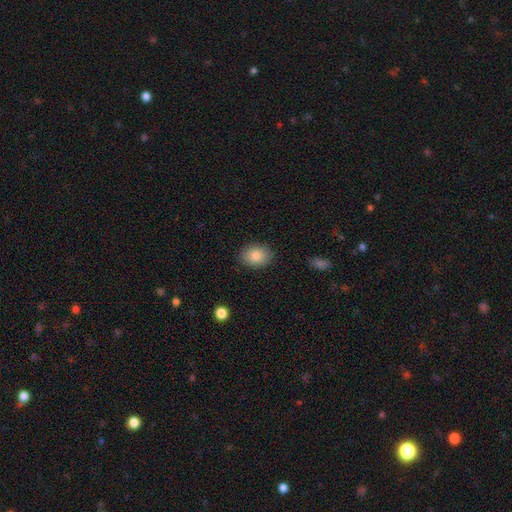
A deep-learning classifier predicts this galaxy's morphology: A smooth galaxy with no disk features (84%) that is in between round and cigar-shaped (66%). Merging: none (87%).